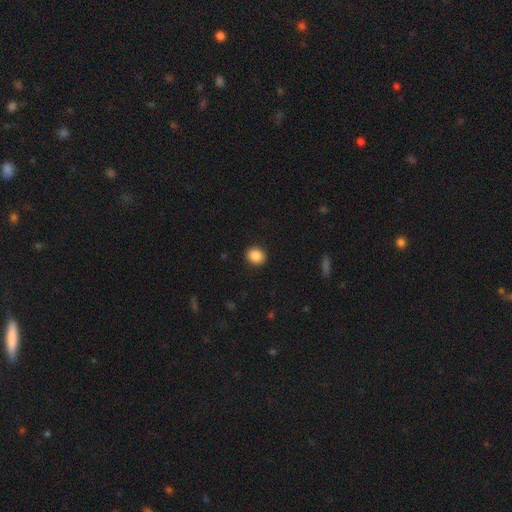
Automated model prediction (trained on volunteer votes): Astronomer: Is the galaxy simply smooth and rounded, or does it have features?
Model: smooth — 88%.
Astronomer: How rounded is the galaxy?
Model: round — 74%.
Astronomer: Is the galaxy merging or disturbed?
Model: none — 92%.